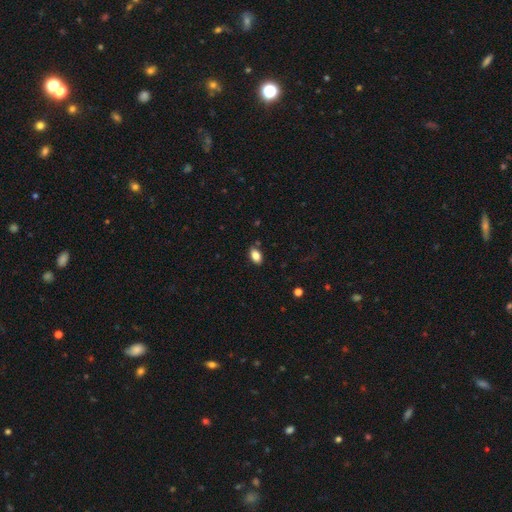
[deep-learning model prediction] This is clearly a smooth galaxy (85%). How rounded: clearly in between (90%). Merging: clearly none (85%).